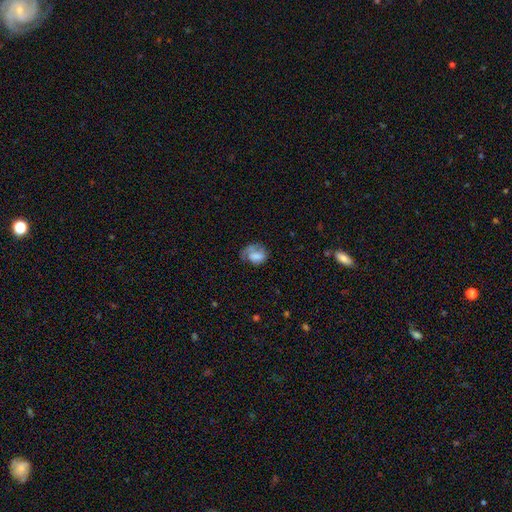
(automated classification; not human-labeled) Smooth or featured: smooth — 61% (featured or disk — 29%)
How rounded: in between — 60% (round — 39%)
Merging: none — 35% (major disturbance — 31%)